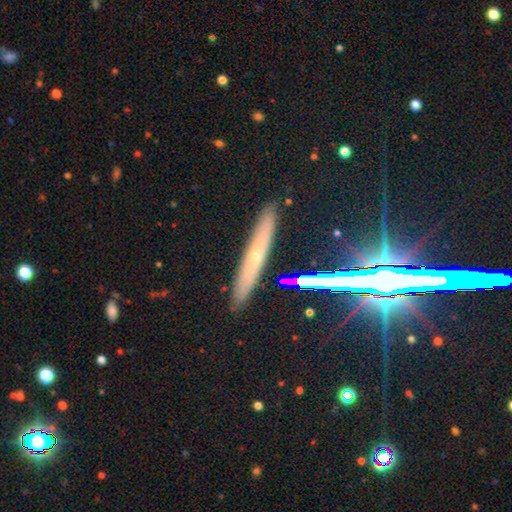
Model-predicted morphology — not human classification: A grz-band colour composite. It shows a featured or disk galaxy (48%). Merging: none (87%).